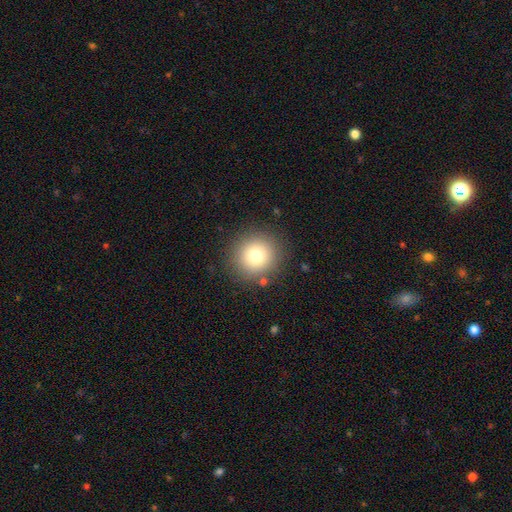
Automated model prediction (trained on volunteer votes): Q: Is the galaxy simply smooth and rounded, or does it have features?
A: smooth — 76%.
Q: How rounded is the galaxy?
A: round — 93%.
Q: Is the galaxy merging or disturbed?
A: none — 87%.